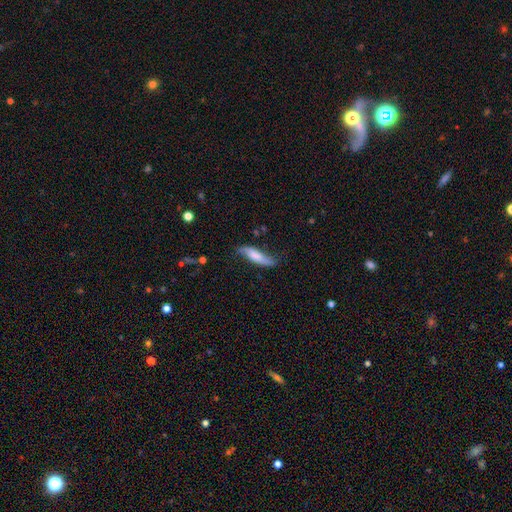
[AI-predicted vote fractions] This is possibly a smooth galaxy (53%). How rounded: likely cigar-shaped (66%). Merging: likely none (60%).